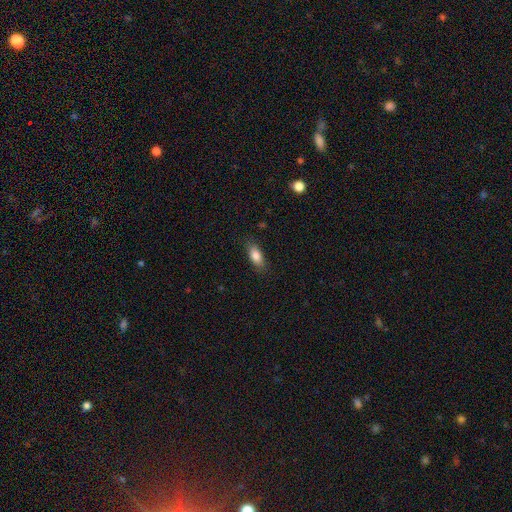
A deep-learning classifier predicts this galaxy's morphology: type=smooth (83%); roundness=in between (81%); merging=none (84%).